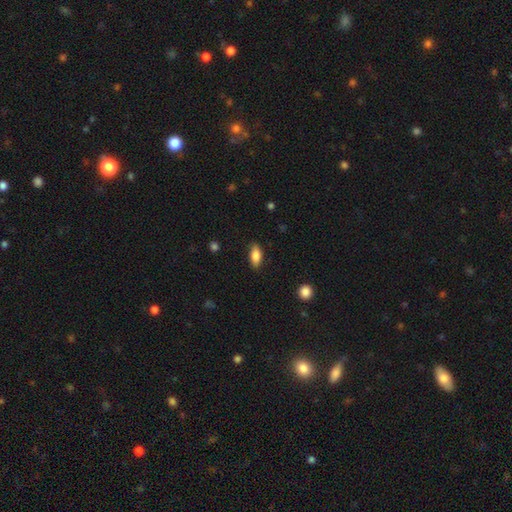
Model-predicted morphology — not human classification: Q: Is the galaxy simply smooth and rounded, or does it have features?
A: smooth — 85%.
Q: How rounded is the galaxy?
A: in between — 87%.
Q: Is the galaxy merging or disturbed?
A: none — 84%.